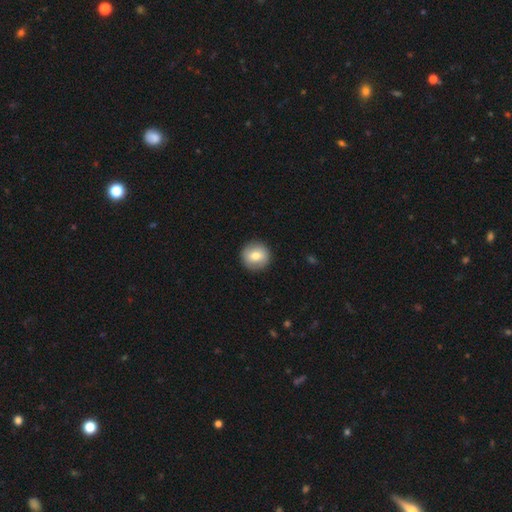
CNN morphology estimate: smooth 74%, featured or disk 18%, star or artifact 7%. Down the decision tree: how rounded — round (95%); merging — none (91%).